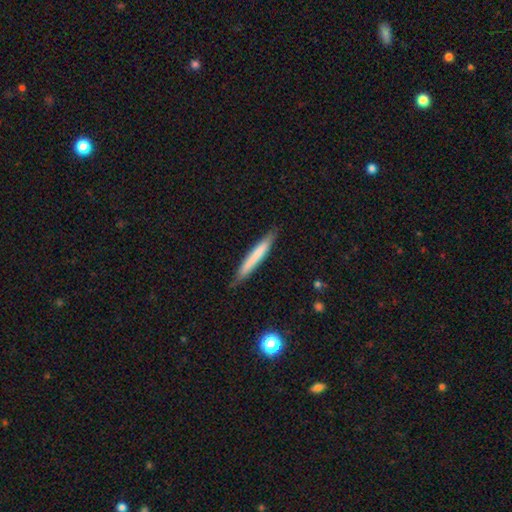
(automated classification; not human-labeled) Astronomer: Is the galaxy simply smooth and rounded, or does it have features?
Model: smooth — 67%.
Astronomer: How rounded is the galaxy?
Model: cigar-shaped — 96%.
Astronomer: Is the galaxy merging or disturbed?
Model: none — 85%.